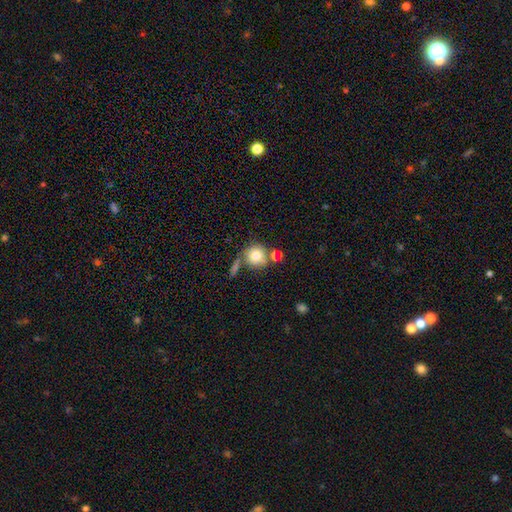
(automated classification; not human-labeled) A smooth galaxy with no disk features (78%) that is round (88%).

Vote fractions:
- Smooth or featured? smooth: 78% / featured or disk: 13% / star or artifact: 9%
- How rounded? round: 88% / in between: 11% / cigar-shaped: 1%
- Merging? none: 57% / merger: 25% / minor disturbance: 12% / major disturbance: 5%